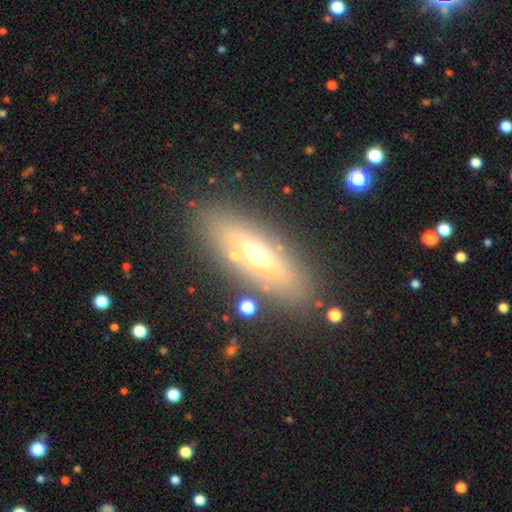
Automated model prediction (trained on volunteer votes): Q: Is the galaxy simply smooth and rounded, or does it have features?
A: smooth — 48%.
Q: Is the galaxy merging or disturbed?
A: none — 81%.